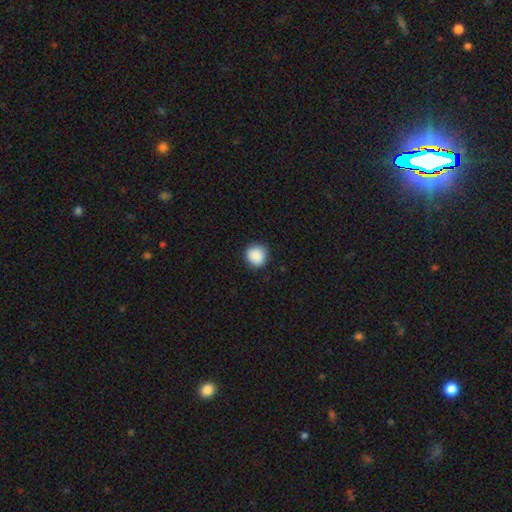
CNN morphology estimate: type=smooth (89%); roundness=round (91%); merging=none (89%).